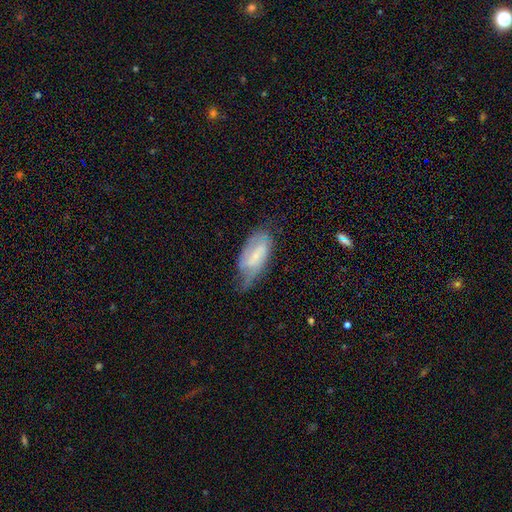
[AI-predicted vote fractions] Smooth or featured? Predicted: featured or disk (p=0.56). Edge-on disk? Predicted: no (p=0.91). Bar? Predicted: weak (p=0.44). Spiral arms? Predicted: yes (p=0.79). Bulge size? Predicted: small (p=0.50). Merging? Predicted: none (p=0.41).